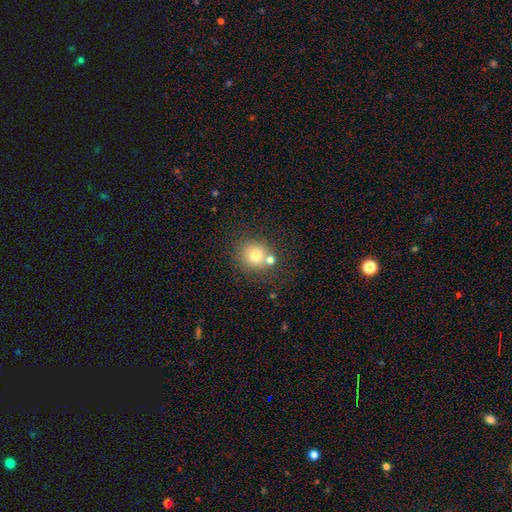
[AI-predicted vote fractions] Smooth or featured? smooth (75%)
How rounded? round (87%)
Merging? none (67%)